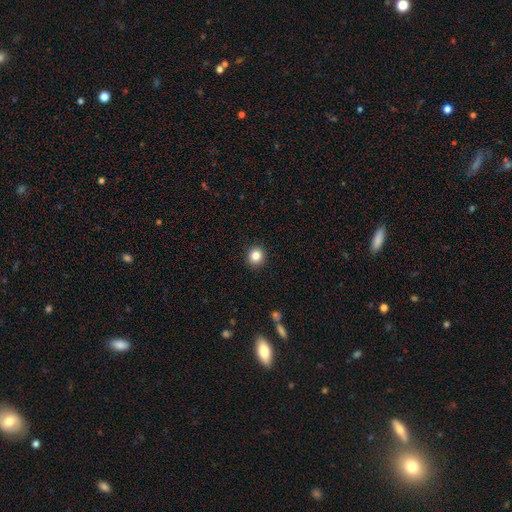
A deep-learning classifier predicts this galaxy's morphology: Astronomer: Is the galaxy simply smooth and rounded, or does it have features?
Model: smooth — 84%.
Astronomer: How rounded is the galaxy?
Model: round — 89%.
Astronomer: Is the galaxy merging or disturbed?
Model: none — 92%.